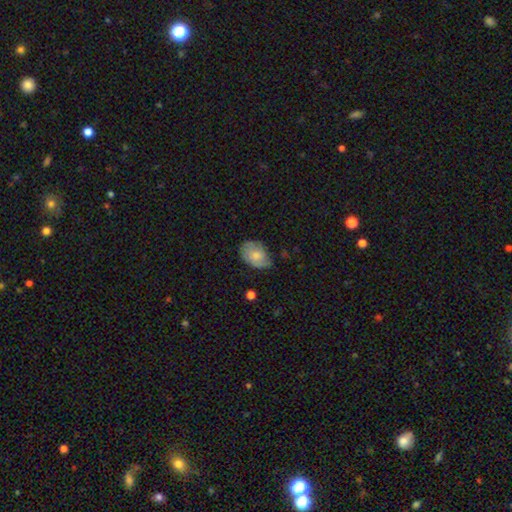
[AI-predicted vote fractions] Smooth or featured?
  - smooth: 61% *
  - featured or disk: 32%
  - star or artifact: 7%
How rounded?
  - in between: 80% *
  - round: 19%
  - cigar-shaped: 1%
Merging?
  - none: 58% *
  - minor disturbance: 33%
  - major disturbance: 8%
  - merger: 2%